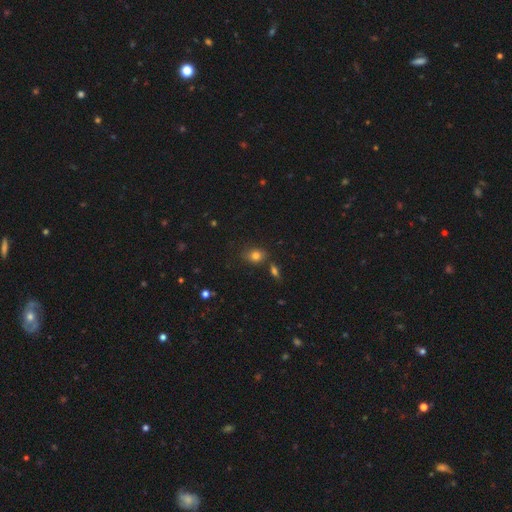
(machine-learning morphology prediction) Smooth or featured: smooth — 79% (star or artifact — 13%)
How rounded: in between — 58% (round — 40%)
Merging: none — 71% (minor disturbance — 16%)